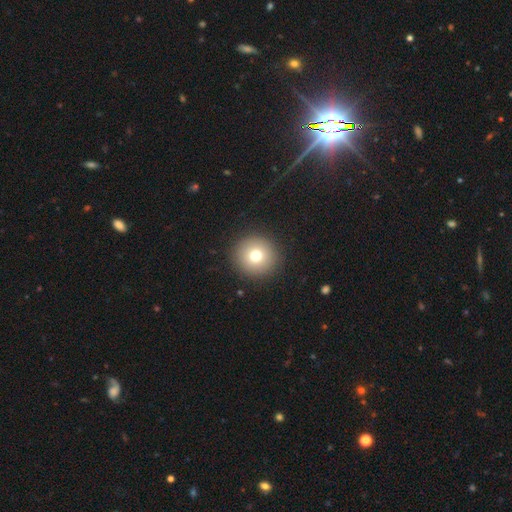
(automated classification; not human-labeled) Smooth or featured: smooth — 74% (featured or disk — 13%)
How rounded: round — 94% (in between — 5%)
Merging: none — 92% (minor disturbance — 5%)